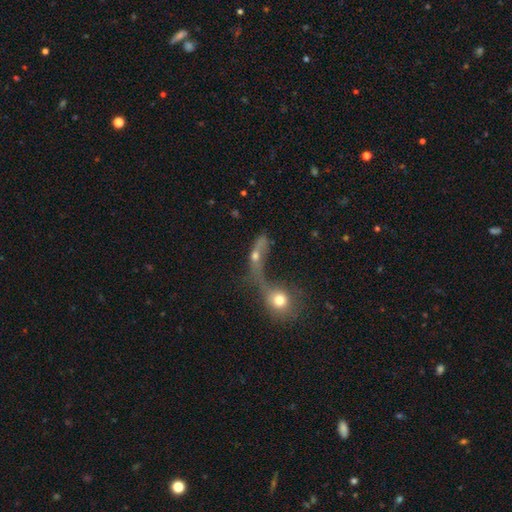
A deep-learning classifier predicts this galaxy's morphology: smooth 45%, featured or disk 39%, star or artifact 16%. Down the decision tree: merging — merger (54%).